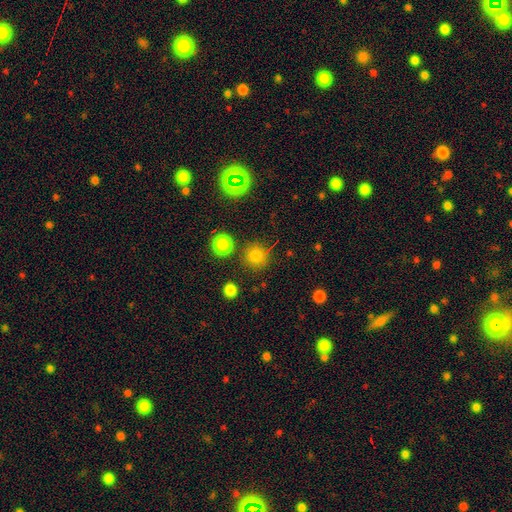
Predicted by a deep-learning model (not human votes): Q: Smooth or featured?
A: smooth (77%); runner-up: star or artifact (17%)
Q: How rounded?
A: round (93%); runner-up: in between (6%)
Q: Merging?
A: none (82%); runner-up: minor disturbance (10%)